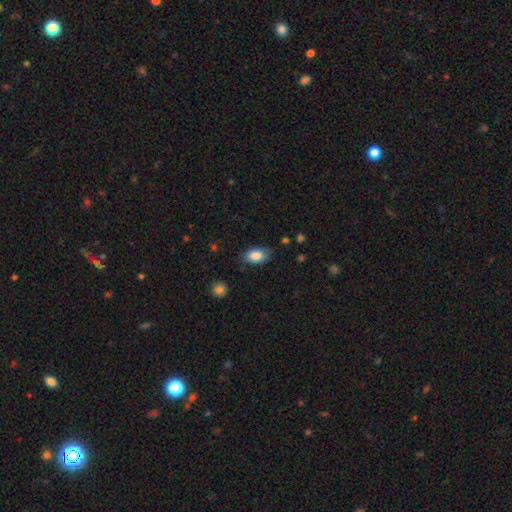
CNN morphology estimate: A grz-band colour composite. It shows a smooth galaxy with no disk features (85%) that is in between round and cigar-shaped (89%). Merging: none (77%).